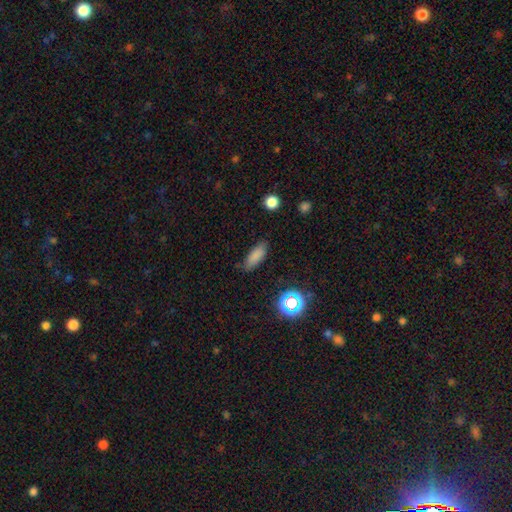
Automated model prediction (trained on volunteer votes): This appears to be a smooth galaxy with no disk features (81%) that is in between round and cigar-shaped (69%). Merging: none (82%).